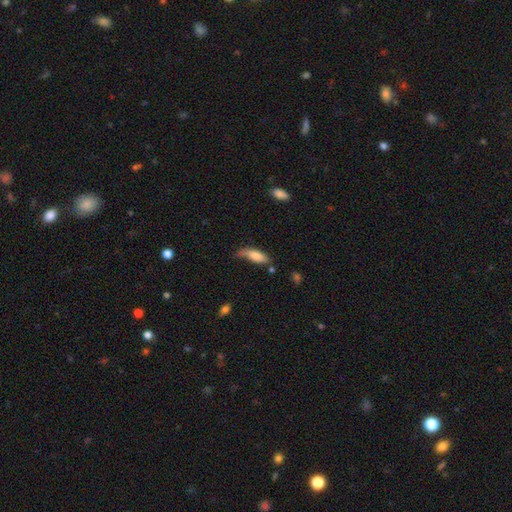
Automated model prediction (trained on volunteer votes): Q: Smooth or featured?
A: smooth (78%); runner-up: featured or disk (15%)
Q: How rounded?
A: in between (64%); runner-up: cigar-shaped (33%)
Q: Merging?
A: none (40%); runner-up: minor disturbance (36%)